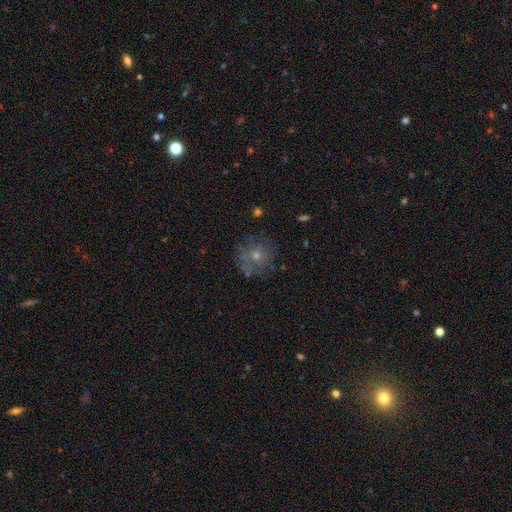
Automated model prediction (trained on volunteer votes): smooth 56%, featured or disk 31%, star or artifact 13%. Down the decision tree: how rounded — round (87%); merging — none (70%).